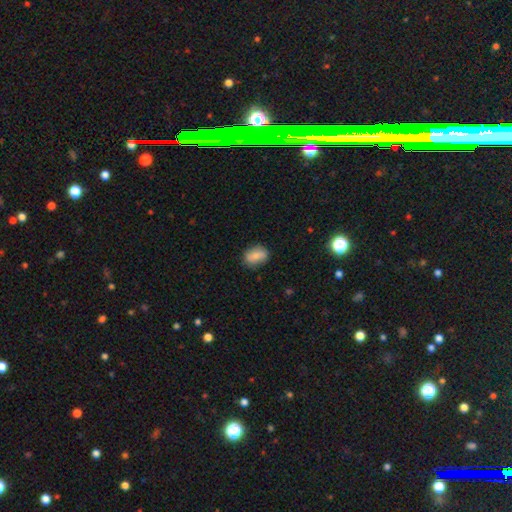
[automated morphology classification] Smooth or featured: smooth — 79% (featured or disk — 13%)
How rounded: in between — 73% (round — 25%)
Merging: none — 79% (minor disturbance — 16%)